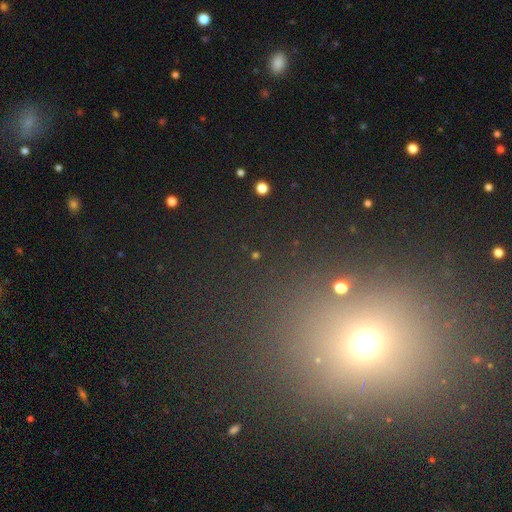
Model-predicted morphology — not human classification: Overall: star or artifact (58%; smooth 30%).